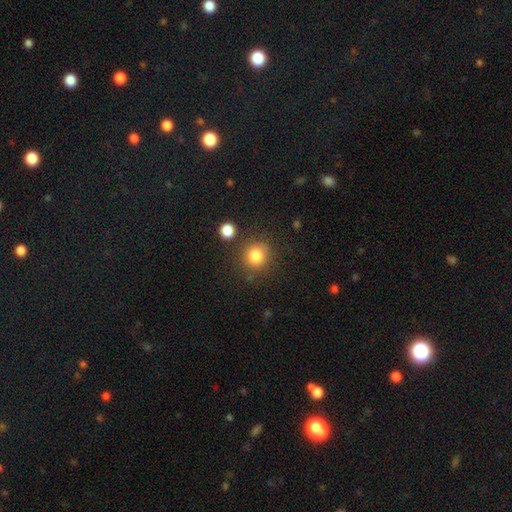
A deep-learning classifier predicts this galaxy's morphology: The model was most divided on "merging": none: 80%, minor disturbance: 11%, merger: 5%, major disturbance: 4%. More confident: how rounded — round (88%); smooth or featured — smooth (82%).